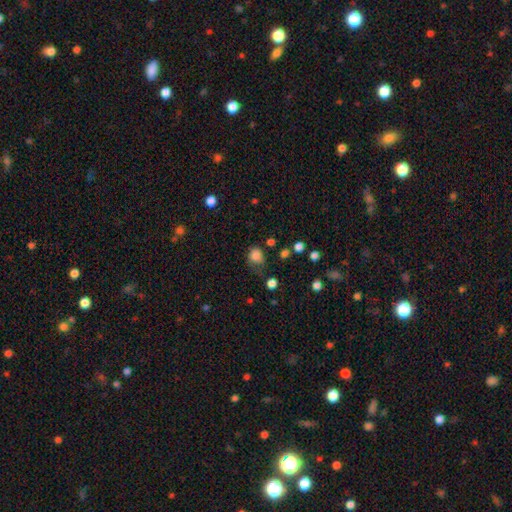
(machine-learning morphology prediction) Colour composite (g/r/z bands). It shows a smooth galaxy with no disk features (82%) that is round (69%). Merging: none (51%).